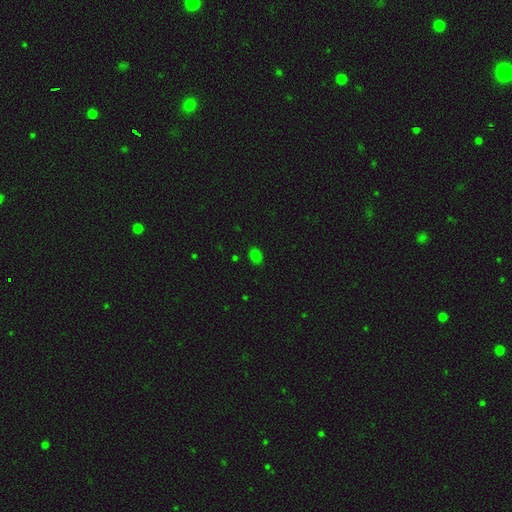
Q: Smooth or featured?
A: smooth (85%); runner-up: featured or disk (8%)
Q: How rounded?
A: in between (74%); runner-up: round (26%)
Q: Merging?
A: none (84%); runner-up: minor disturbance (14%)